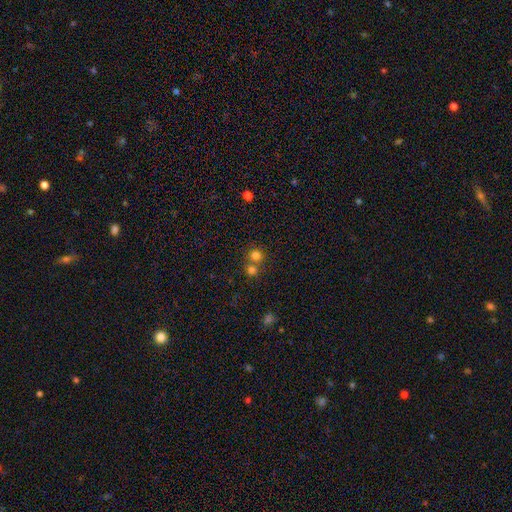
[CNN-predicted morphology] The model was most divided on "merging": none: 53%, merger: 39%, minor disturbance: 5%, major disturbance: 2%. More confident: how rounded — round (87%); smooth or featured — smooth (76%).